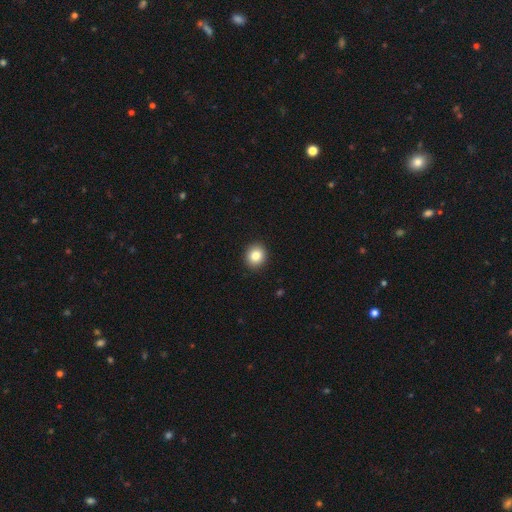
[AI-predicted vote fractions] smooth 84%, star or artifact 10%, featured or disk 7%. Down the decision tree: how rounded — round (78%); merging — none (92%).